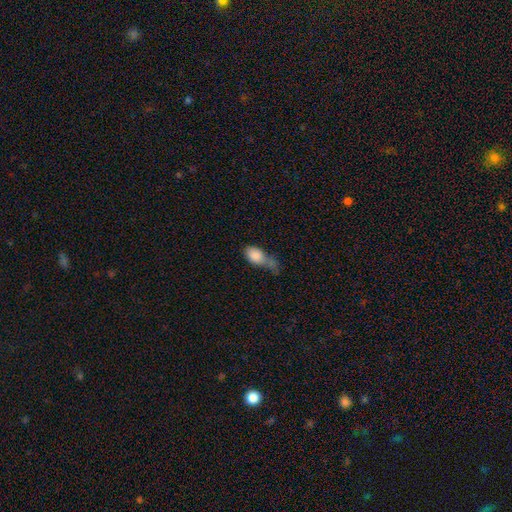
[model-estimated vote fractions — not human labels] Q: Smooth or featured?
A: smooth (82%); runner-up: featured or disk (10%)
Q: How rounded?
A: in between (84%); runner-up: round (10%)
Q: Merging?
A: major disturbance (34%); runner-up: minor disturbance (24%)